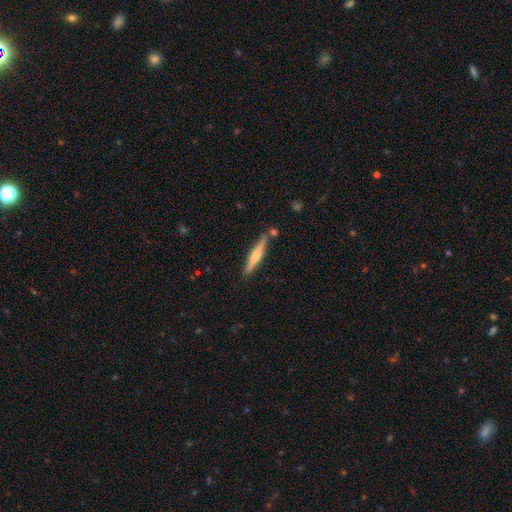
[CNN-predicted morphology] A featured or disk galaxy (62%) viewed edge-on (97%) with a rounded central bulge (86%). Merging: none (81%).